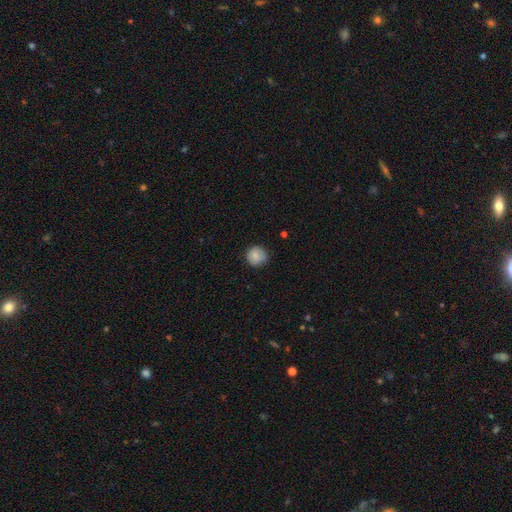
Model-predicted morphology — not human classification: Smooth or featured?
  - smooth: 83% *
  - featured or disk: 9%
  - star or artifact: 8%
How rounded?
  - round: 91% *
  - in between: 8%
  - cigar-shaped: 1%
Merging?
  - none: 85% *
  - minor disturbance: 12%
  - major disturbance: 3%
  - merger: 1%